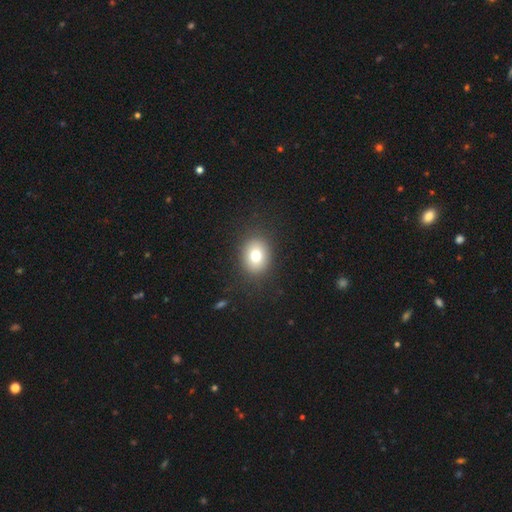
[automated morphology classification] A smooth galaxy with no disk features (77%) that is round (51%). Merging: none (87%).